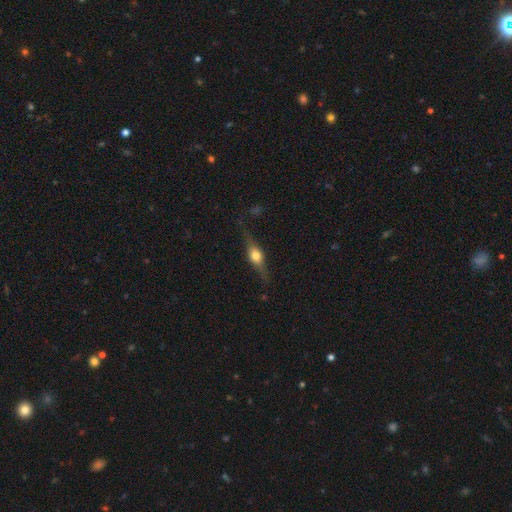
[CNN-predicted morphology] Overall: featured or disk (53%; smooth 39%). Edge-on disk: yes (92%). Merging: none (75%).